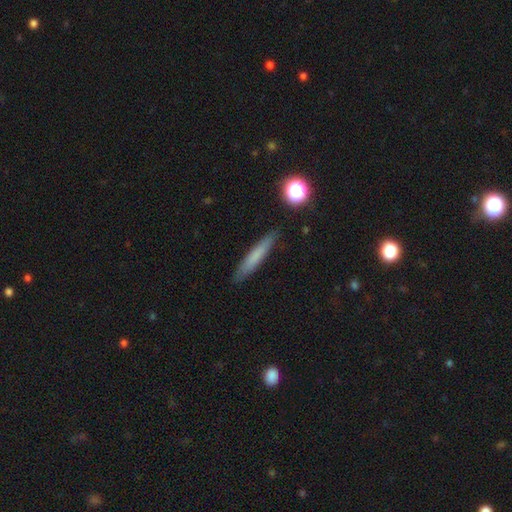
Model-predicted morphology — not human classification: A smooth galaxy with no disk features (70%) that is cigar-shaped (92%). Merging: none (89%).